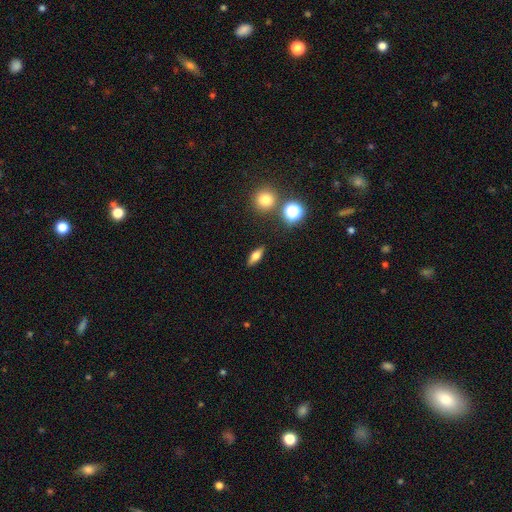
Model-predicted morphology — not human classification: Smooth or featured: smooth — 58% (featured or disk — 31%)
How rounded: in between — 56% (cigar-shaped — 33%)
Merging: none — 87% (minor disturbance — 8%)